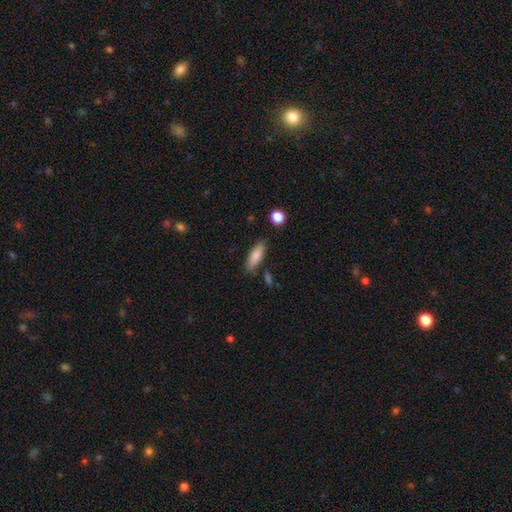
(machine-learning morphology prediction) This is clearly a smooth galaxy (80%). How rounded: possibly in between (56%). Merging: clearly none (81%).